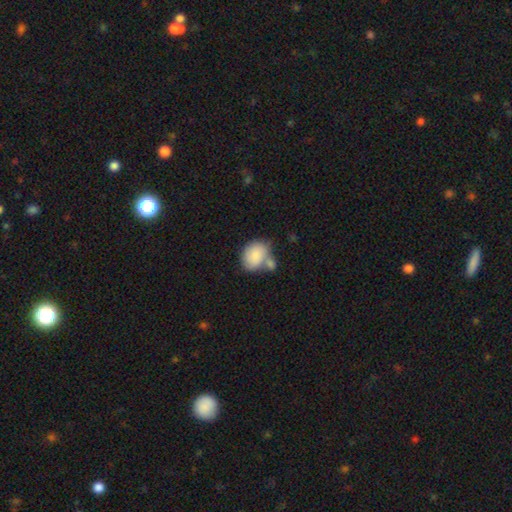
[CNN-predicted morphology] Smooth or featured?
  - smooth: 84% *
  - featured or disk: 10%
  - star or artifact: 6%
How rounded?
  - in between: 62% *
  - round: 37%
  - cigar-shaped: 1%
Merging?
  - merger: 41% *
  - none: 36%
  - minor disturbance: 17%
  - major disturbance: 7%